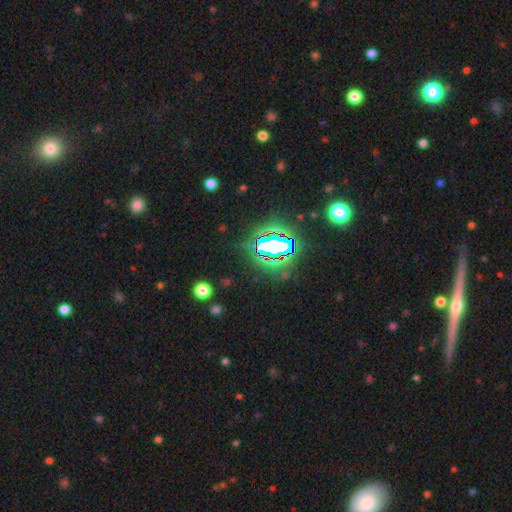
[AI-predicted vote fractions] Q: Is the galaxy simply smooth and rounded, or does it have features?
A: star or artifact — 81%.